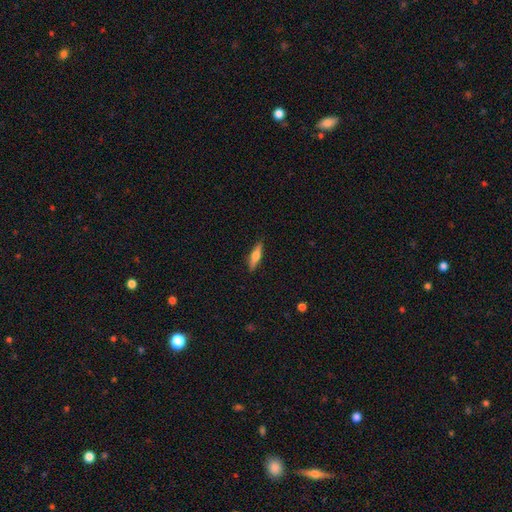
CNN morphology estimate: Smooth or featured? Predicted: smooth (p=0.52). How rounded? Predicted: cigar-shaped (p=0.73). Merging? Predicted: none (p=0.89).